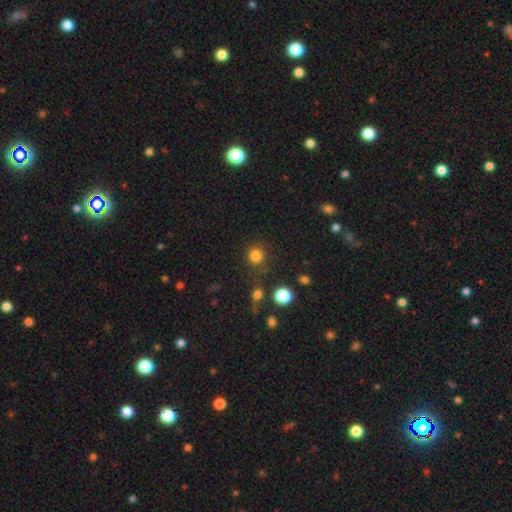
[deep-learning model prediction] A smooth galaxy with no disk features (82%) that is round (92%).

Vote fractions:
- Smooth or featured? smooth: 82% / star or artifact: 13% / featured or disk: 5%
- How rounded? round: 92% / in between: 7% / cigar-shaped: 1%
- Merging? none: 80% / minor disturbance: 9% / merger: 6% / major disturbance: 5%